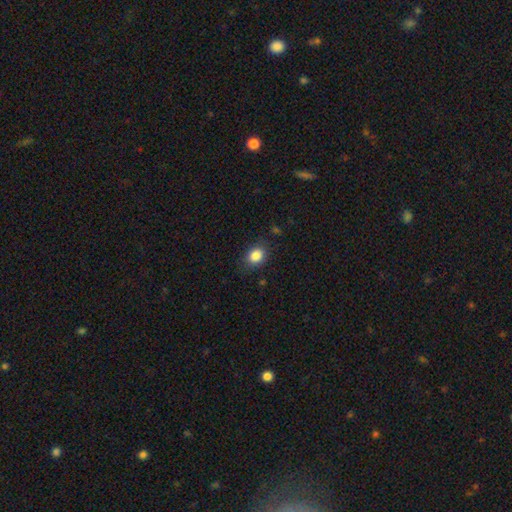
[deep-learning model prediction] smooth-or-featured: smooth: 85% | star or artifact: 10% | featured or disk: 5%
  how-rounded: in between: 55% | round: 44% | cigar-shaped: 1%
  merging: none: 82% | minor disturbance: 13% | major disturbance: 4% | merger: 1%